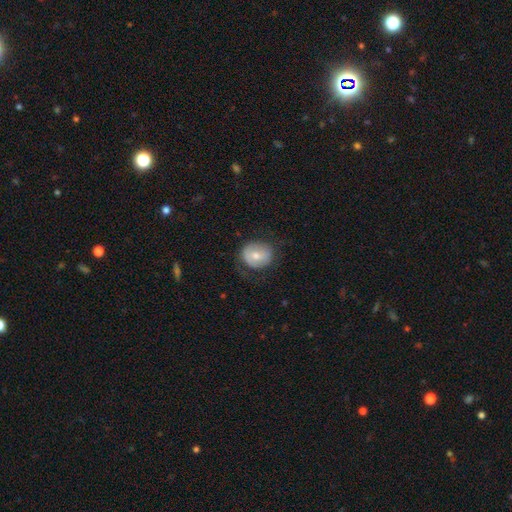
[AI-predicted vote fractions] This appears to be a smooth galaxy with no disk features (63%) that is round (71%). Merging: none (66%).